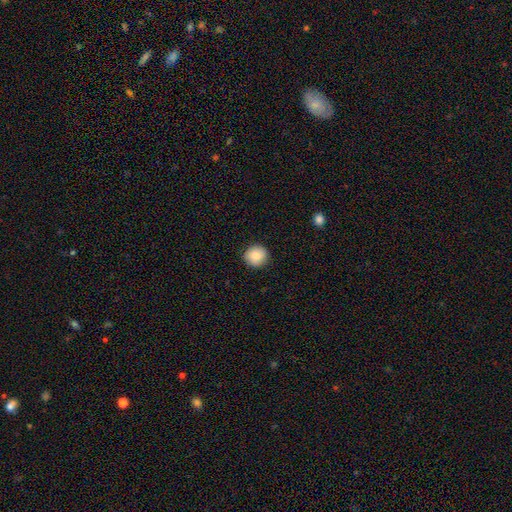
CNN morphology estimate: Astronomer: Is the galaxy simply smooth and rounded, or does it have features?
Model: smooth — 86%.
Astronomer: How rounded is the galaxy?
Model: round — 90%.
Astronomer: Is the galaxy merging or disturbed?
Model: none — 90%.